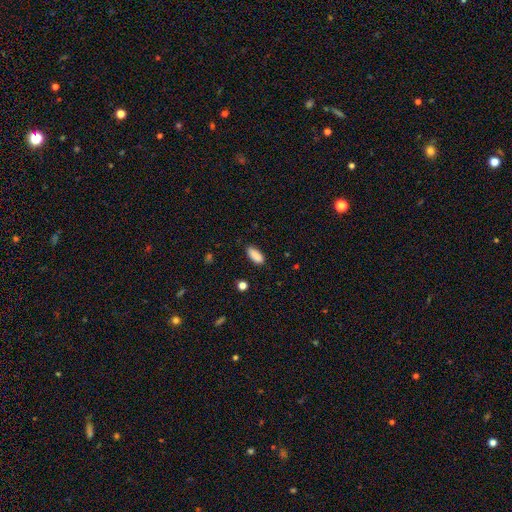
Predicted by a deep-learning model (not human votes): This appears to be a smooth galaxy with no disk features (89%) that is in between round and cigar-shaped (83%). Merging: none (85%).